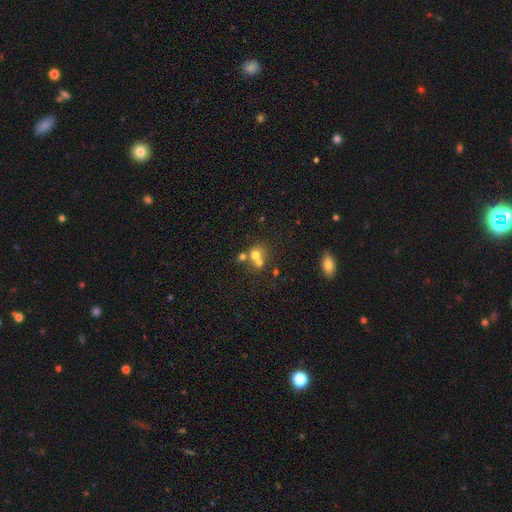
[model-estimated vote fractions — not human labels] Smooth or featured? smooth (65%)
How rounded? round (77%)
Merging? merger (55%)